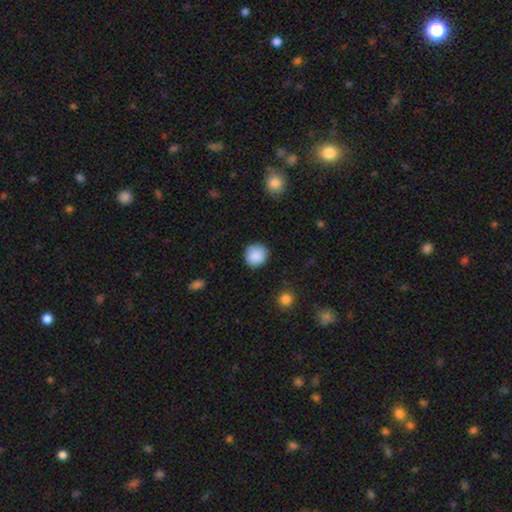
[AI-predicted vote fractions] smooth 89%, star or artifact 8%, featured or disk 3%. Down the decision tree: how rounded — round (91%); merging — none (88%).